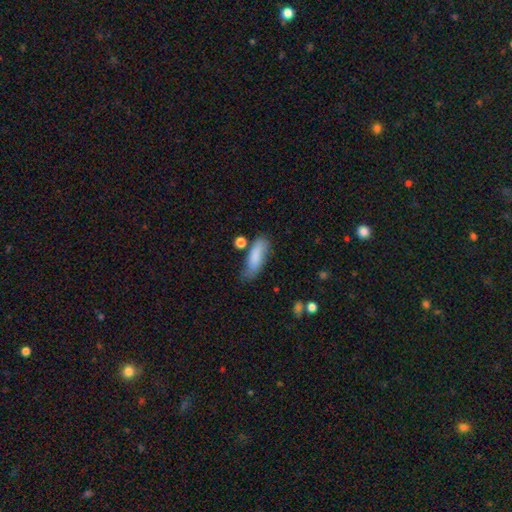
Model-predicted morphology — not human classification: smooth-or-featured: smooth: 83% | featured or disk: 10% | star or artifact: 7%
  how-rounded: in between: 64% | cigar-shaped: 34% | round: 2%
  merging: none: 61% | minor disturbance: 26% | major disturbance: 7% | merger: 6%